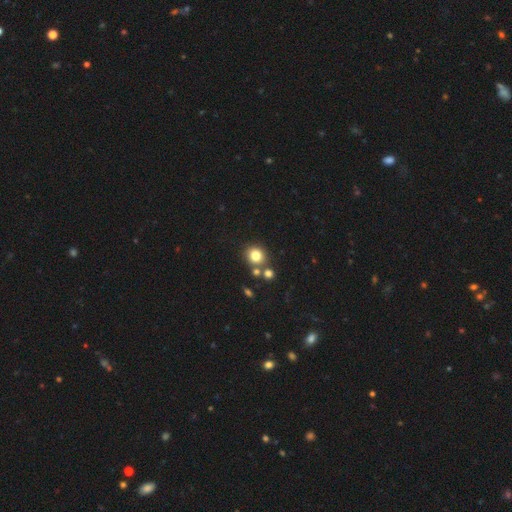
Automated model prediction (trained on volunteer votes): This is likely a smooth galaxy (80%). How rounded: clearly round (85%). Merging: likely none (68%).